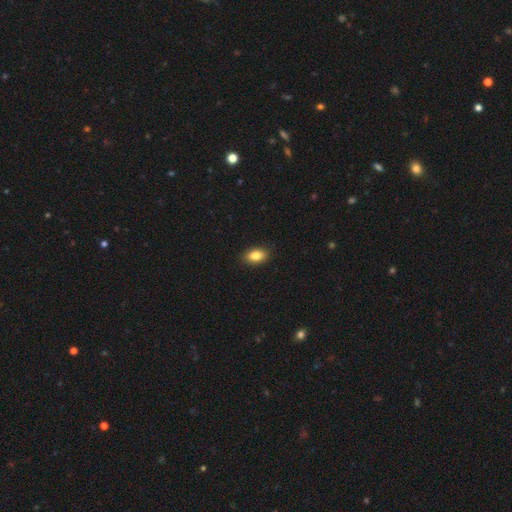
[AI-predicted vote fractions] smooth_or_featured: smooth (p=0.85) [alt: star or artifact p=0.08]
how_rounded: in between (p=0.88) [alt: round p=0.10]
merging: none (p=0.89) [alt: minor disturbance p=0.08]